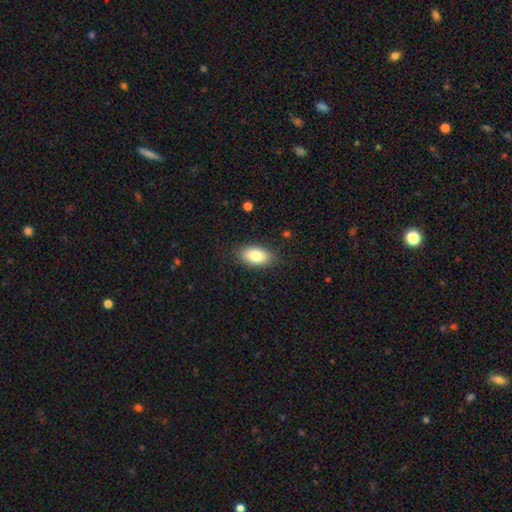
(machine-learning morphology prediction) Smooth or featured?
  - smooth: 81% *
  - featured or disk: 11%
  - star or artifact: 7%
How rounded?
  - in between: 91% *
  - round: 6%
  - cigar-shaped: 3%
Merging?
  - none: 86% *
  - minor disturbance: 11%
  - major disturbance: 3%
  - merger: 1%